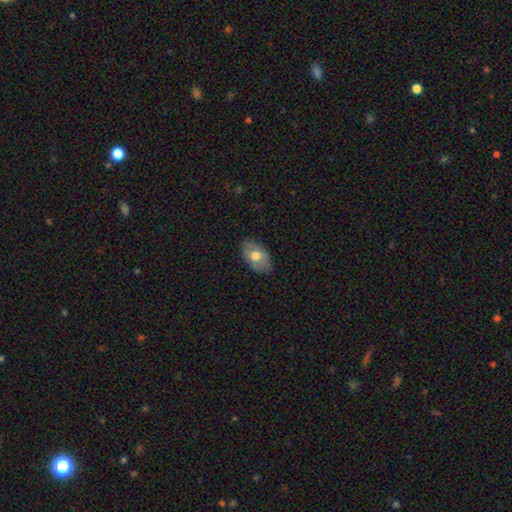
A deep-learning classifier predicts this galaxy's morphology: Q: Smooth or featured?
A: smooth (65%); runner-up: featured or disk (28%)
Q: How rounded?
A: in between (90%); runner-up: round (8%)
Q: Merging?
A: none (80%); runner-up: minor disturbance (16%)